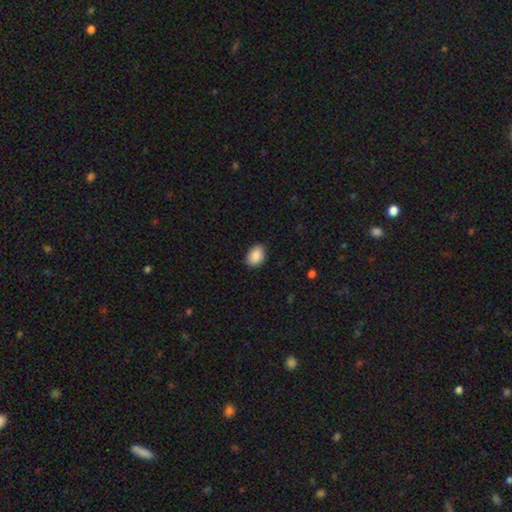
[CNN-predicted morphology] This is clearly a smooth galaxy (88%). How rounded: likely in between (77%). Merging: clearly none (83%).